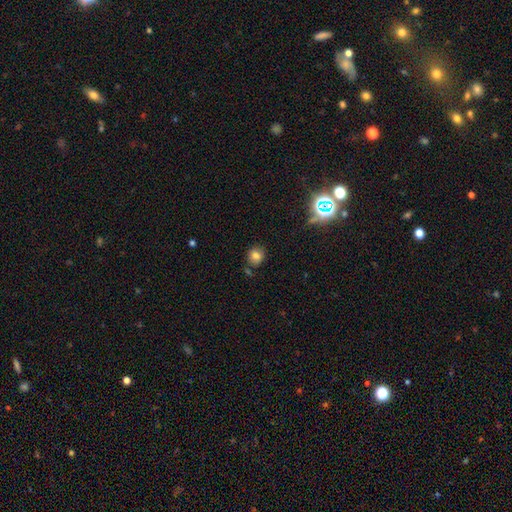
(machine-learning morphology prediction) Q: Smooth or featured?
A: smooth (78%); runner-up: star or artifact (14%)
Q: How rounded?
A: round (76%); runner-up: in between (23%)
Q: Merging?
A: none (77%); runner-up: minor disturbance (13%)